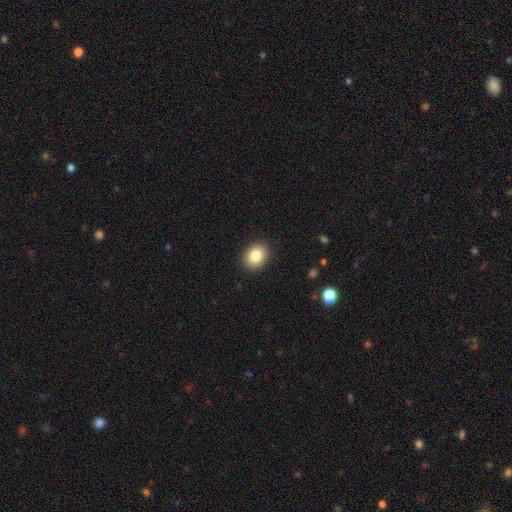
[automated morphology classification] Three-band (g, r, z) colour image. It shows a smooth galaxy with no disk features (84%) that is in between round and cigar-shaped (61%). Merging: none (90%).